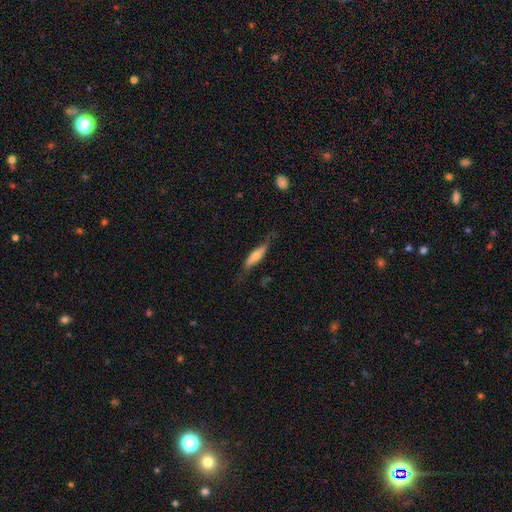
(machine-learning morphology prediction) This appears to be a featured or disk galaxy (48%). Merging: none (63%).